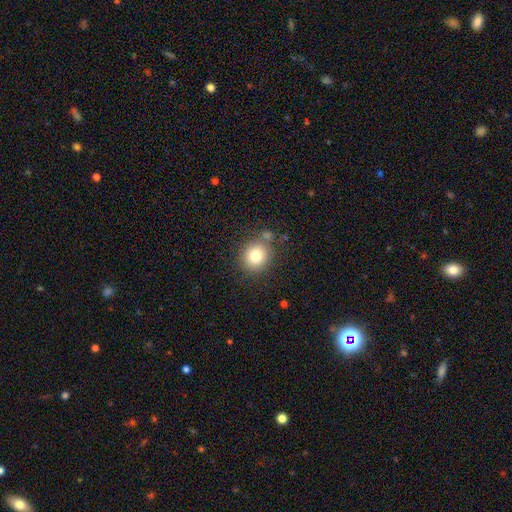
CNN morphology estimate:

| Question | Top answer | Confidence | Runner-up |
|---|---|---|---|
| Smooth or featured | smooth | 80% | star or artifact (11%) |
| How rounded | round | 86% | in between (13%) |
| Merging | none | 77% | minor disturbance (11%) |